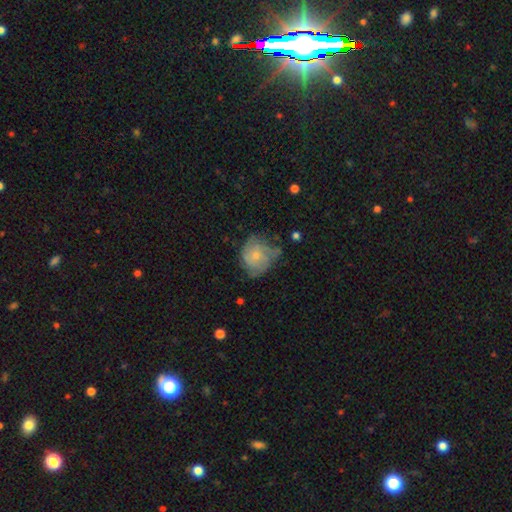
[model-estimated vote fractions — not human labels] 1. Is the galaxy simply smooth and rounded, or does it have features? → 58% featured or disk, 34% smooth, 8% star or artifact.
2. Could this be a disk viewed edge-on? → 98% no, 2% yes.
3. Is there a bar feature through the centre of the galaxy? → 82% no, 16% weak, 2% strong.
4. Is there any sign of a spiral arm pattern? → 81% yes, 19% no.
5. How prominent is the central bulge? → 69% small, 25% moderate, 4% none, 1% large, 1% dominant.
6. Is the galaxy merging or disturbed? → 47% none, 32% minor disturbance, 18% major disturbance, 3% merger.